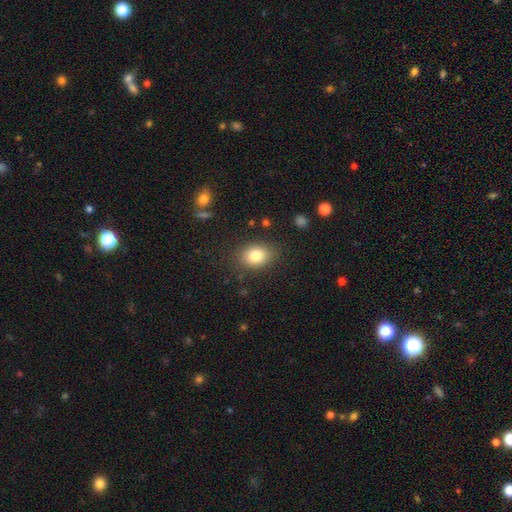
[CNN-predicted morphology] Smooth or featured?
  - smooth: 81% *
  - star or artifact: 10%
  - featured or disk: 9%
How rounded?
  - in between: 63% *
  - round: 36%
  - cigar-shaped: 1%
Merging?
  - none: 84% *
  - minor disturbance: 11%
  - major disturbance: 4%
  - merger: 1%